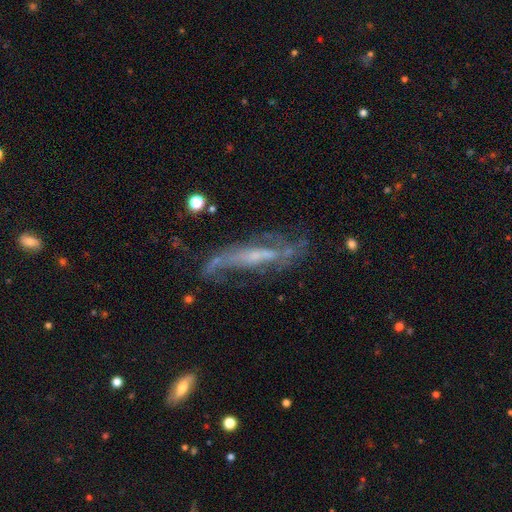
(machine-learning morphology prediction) Smooth or featured: featured or disk — 77% (smooth — 14%)
Edge-on disk: no — 67% (yes — 33%)
Bar: no — 37% (weak — 36%)
Spiral arms: yes — 81% (no — 19%)
Bulge size: small — 49% (moderate — 23%)
Merging: none — 52% (major disturbance — 22%)